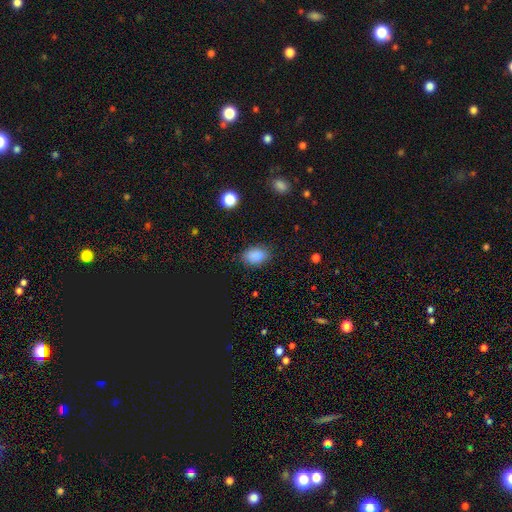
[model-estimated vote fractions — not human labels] The model was most divided on "merging": none: 81%, minor disturbance: 14%, major disturbance: 4%, merger: 1%. More confident: smooth or featured — smooth (86%); how rounded — in between (83%).